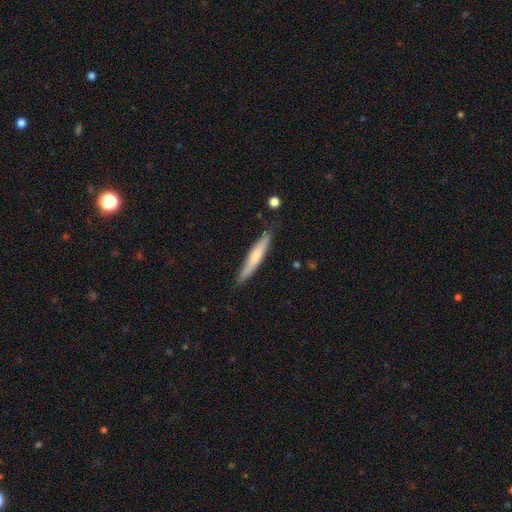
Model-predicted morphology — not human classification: smooth-or-featured: smooth: 58% | featured or disk: 36% | star or artifact: 5%
  how-rounded: cigar-shaped: 93% | in between: 6% | round: 1%
  merging: none: 85% | minor disturbance: 11% | major disturbance: 2% | merger: 2%